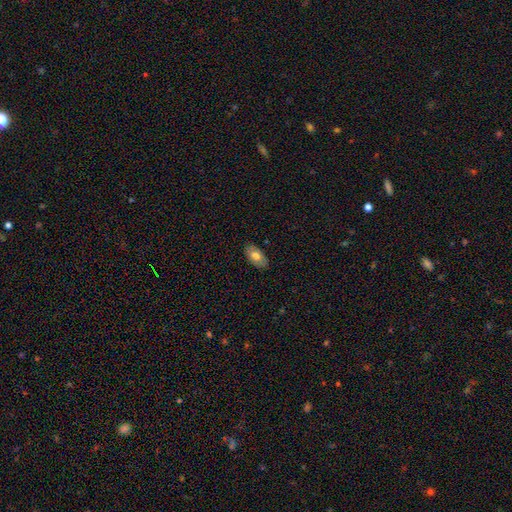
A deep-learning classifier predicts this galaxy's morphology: Smooth or featured: smooth — 71% (featured or disk — 22%)
How rounded: in between — 94% (round — 4%)
Merging: none — 86% (minor disturbance — 11%)